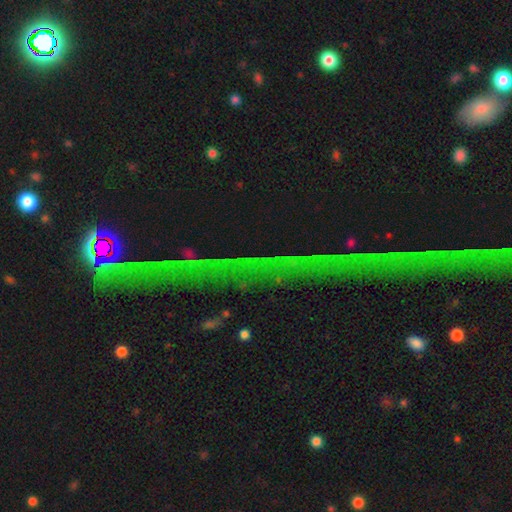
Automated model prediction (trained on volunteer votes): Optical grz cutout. It shows a star or artifact, not a galaxy (75%).